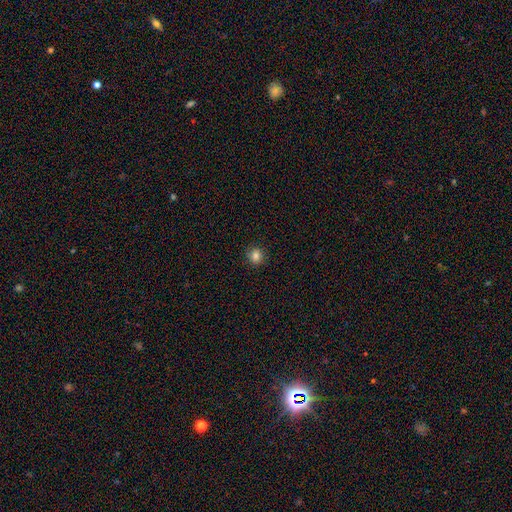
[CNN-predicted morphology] Smooth or featured? smooth (82%)
How rounded? round (80%)
Merging? none (88%)